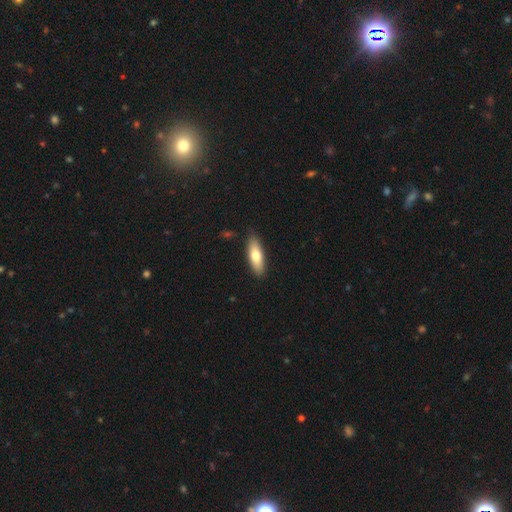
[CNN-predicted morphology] Q: Smooth or featured?
A: smooth (74%); runner-up: featured or disk (20%)
Q: How rounded?
A: in between (60%); runner-up: cigar-shaped (38%)
Q: Merging?
A: none (86%); runner-up: minor disturbance (11%)